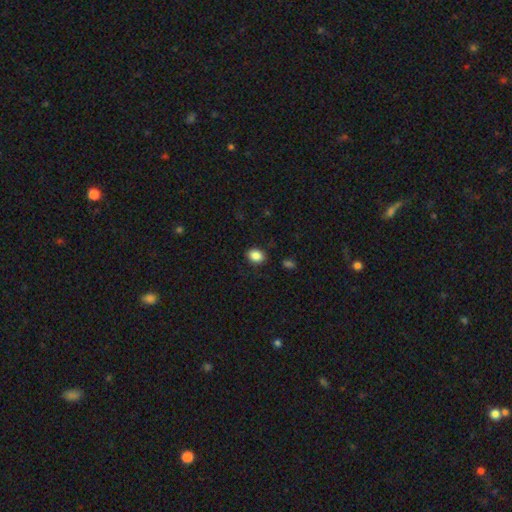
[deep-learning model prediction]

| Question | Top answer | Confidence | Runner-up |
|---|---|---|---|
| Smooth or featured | smooth | 87% | star or artifact (9%) |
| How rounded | in between | 60% | round (39%) |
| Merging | none | 86% | minor disturbance (10%) |